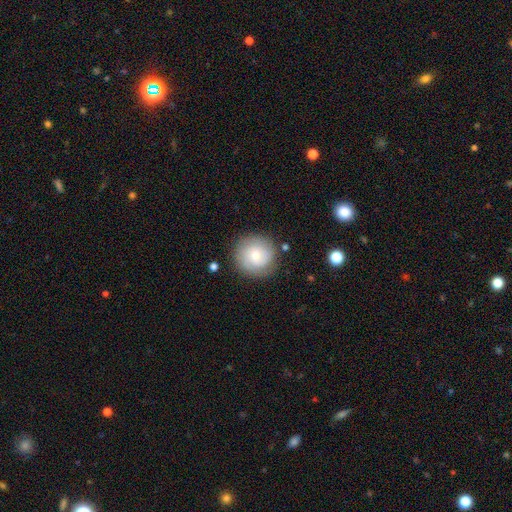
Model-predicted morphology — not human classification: This appears to be a smooth galaxy with no disk features (62%) that is round (94%). Merging: none (84%).